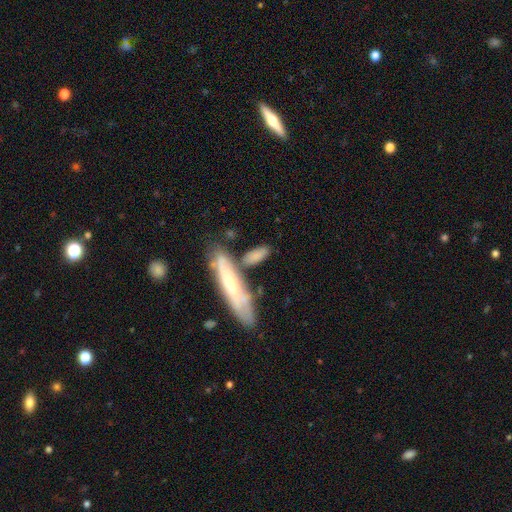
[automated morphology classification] smooth_or_featured: smooth (p=0.70) [alt: featured or disk p=0.24]
how_rounded: in between (p=0.56) [alt: cigar-shaped p=0.40]
merging: none (p=0.55) [alt: merger p=0.22]